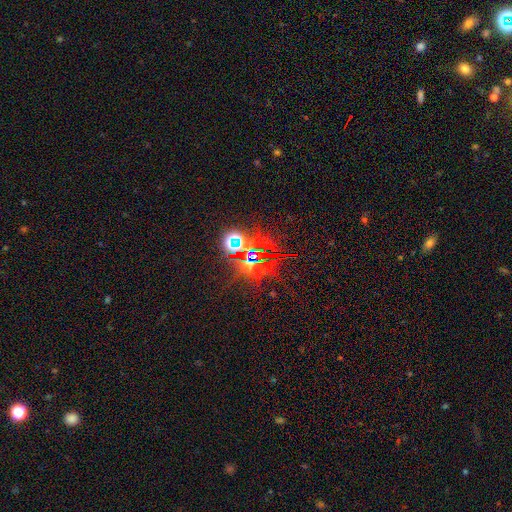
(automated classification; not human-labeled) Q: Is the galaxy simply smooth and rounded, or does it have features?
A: star or artifact — 81%.